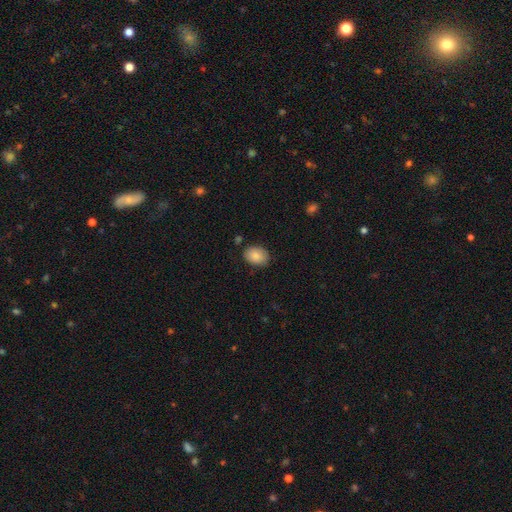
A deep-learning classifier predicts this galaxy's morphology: type=smooth (85%); roundness=in between (75%); merging=none (82%).